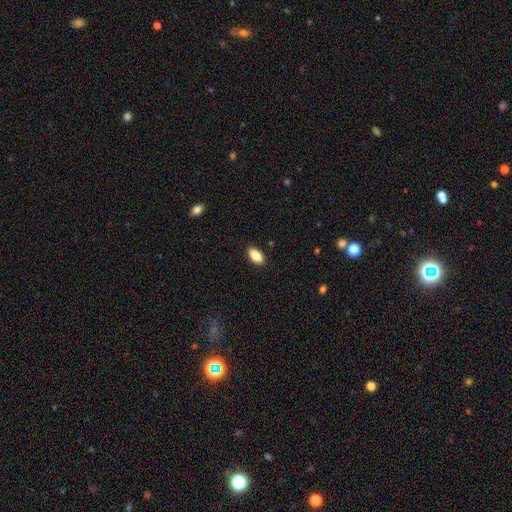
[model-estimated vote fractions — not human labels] Smooth or featured? Predicted: smooth (p=0.85). How rounded? Predicted: in between (p=0.90). Merging? Predicted: none (p=0.88).